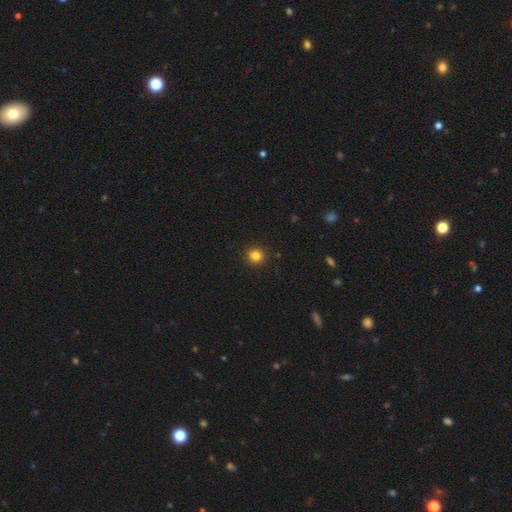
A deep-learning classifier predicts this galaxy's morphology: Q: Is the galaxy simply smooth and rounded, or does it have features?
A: smooth — 83%.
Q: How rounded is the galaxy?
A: round — 89%.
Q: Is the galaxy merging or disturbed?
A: none — 91%.